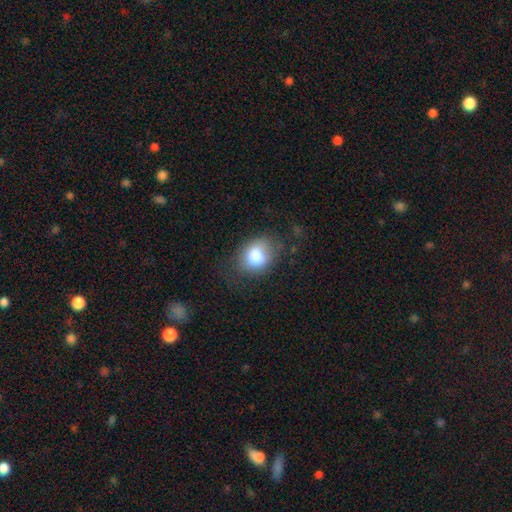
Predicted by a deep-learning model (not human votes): The model was most divided on "how rounded": in between: 60%, round: 39%, cigar-shaped: 1%. More confident: smooth or featured — smooth (81%); merging — none (60%).